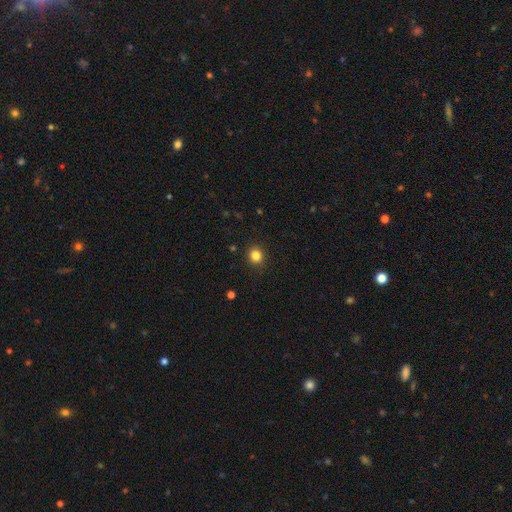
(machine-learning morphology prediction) Overall: smooth (84%). How rounded: round (83%). Merging: none (91%).